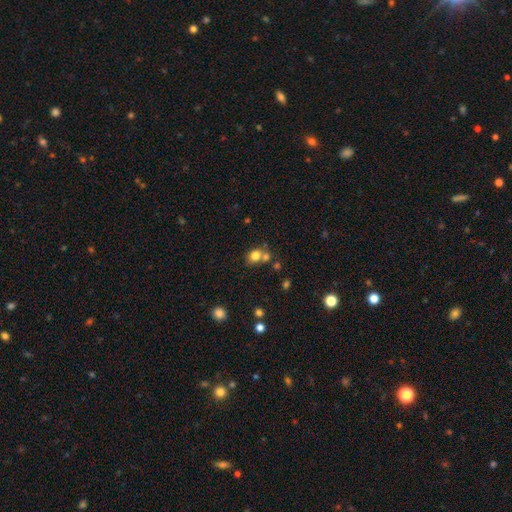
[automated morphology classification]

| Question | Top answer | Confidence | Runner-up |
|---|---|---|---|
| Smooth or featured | smooth | 78% | star or artifact (13%) |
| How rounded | round | 62% | in between (37%) |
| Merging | none | 52% | merger (34%) |